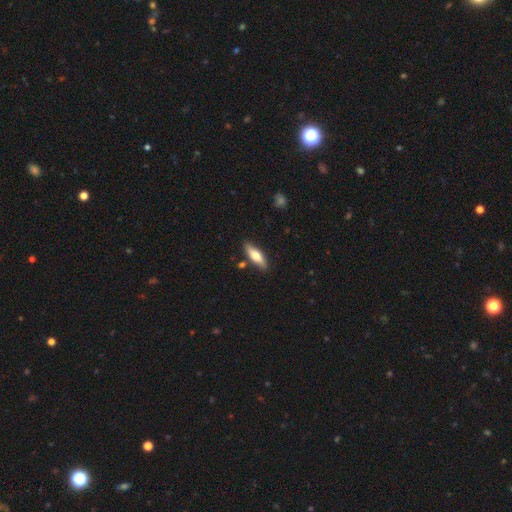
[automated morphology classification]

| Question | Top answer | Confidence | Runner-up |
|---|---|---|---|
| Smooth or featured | smooth | 66% | featured or disk (28%) |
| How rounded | in between | 49% | tied: cigar-shaped (49%) |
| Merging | none | 83% | minor disturbance (11%) |